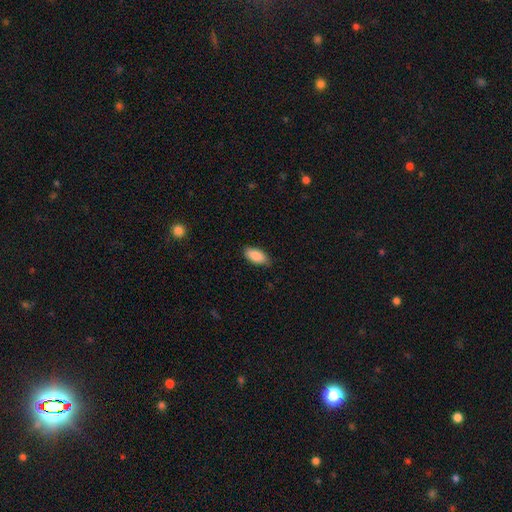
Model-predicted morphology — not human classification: Smooth or featured? Predicted: smooth (p=0.89). How rounded? Predicted: in between (p=0.92). Merging? Predicted: none (p=0.83).